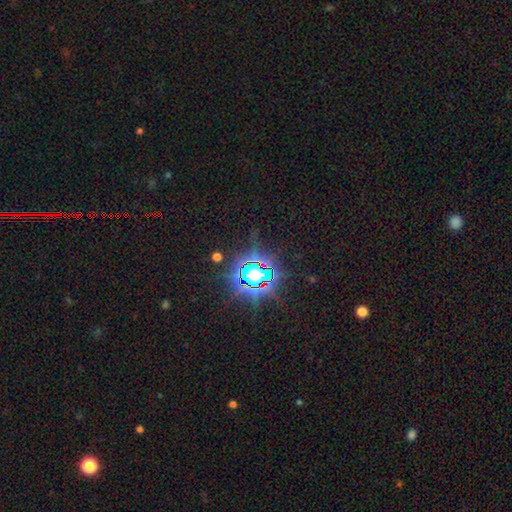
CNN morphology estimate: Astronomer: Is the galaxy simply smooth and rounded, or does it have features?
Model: star or artifact — 81%.